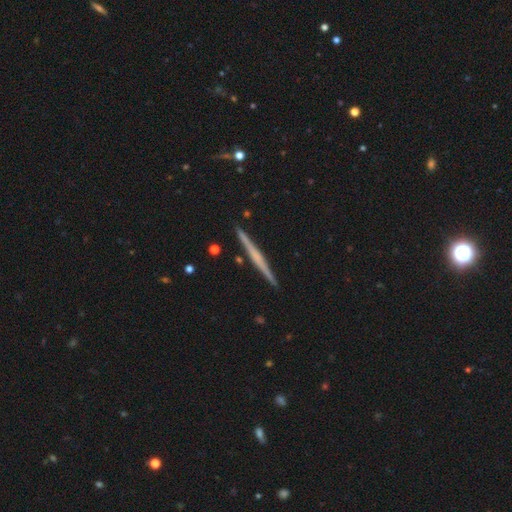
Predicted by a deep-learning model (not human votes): Overall: featured or disk (65%; smooth 29%). Edge-on disk: yes (98%). Edge-on bulge: none (65%; rounded 26%). Merging: none (92%).